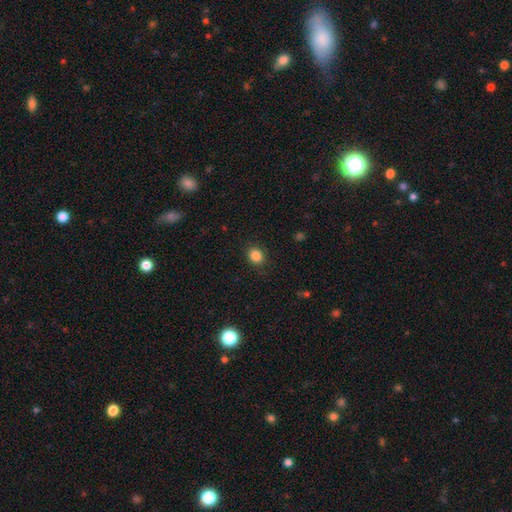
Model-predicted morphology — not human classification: Overall: smooth (85%). How rounded: round (64%; in between 35%). Merging: none (86%).